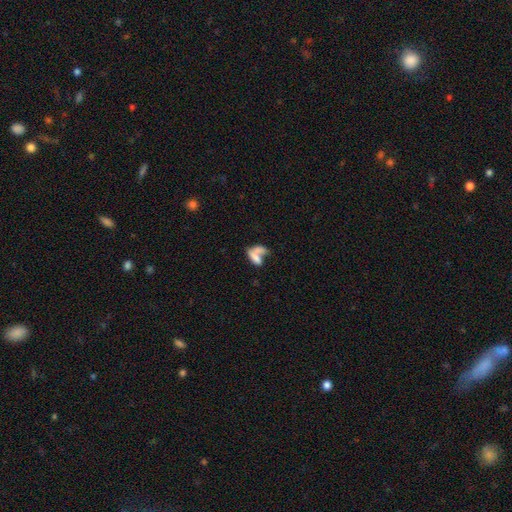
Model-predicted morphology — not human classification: The model was most divided on "merging": merger: 57%, none: 21%, major disturbance: 14%, minor disturbance: 9%. More confident: how rounded — in between (77%); smooth or featured — smooth (63%).